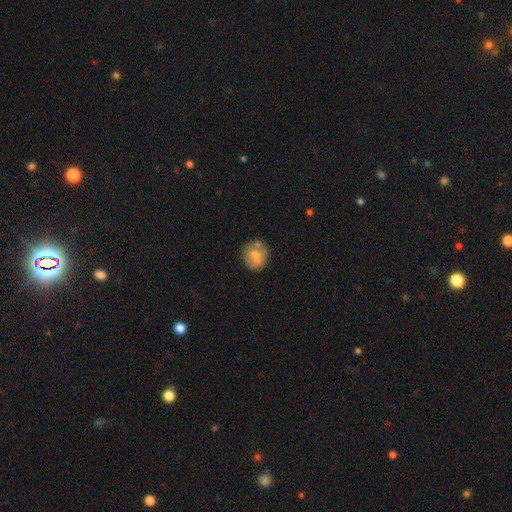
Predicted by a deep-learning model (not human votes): smooth-or-featured: smooth: 61% | featured or disk: 31% | star or artifact: 8%
  how-rounded: round: 81% | in between: 18% | cigar-shaped: 1%
  merging: none: 60% | minor disturbance: 18% | merger: 16% | major disturbance: 6%